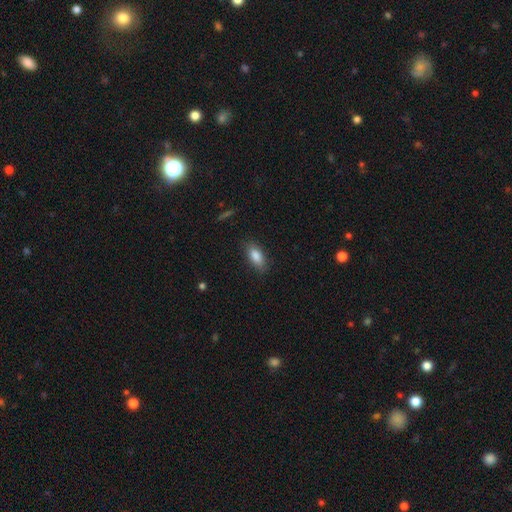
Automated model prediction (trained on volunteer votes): Smooth or featured: smooth — 85% (featured or disk — 7%)
How rounded: in between — 85% (cigar-shaped — 11%)
Merging: none — 83% (minor disturbance — 13%)